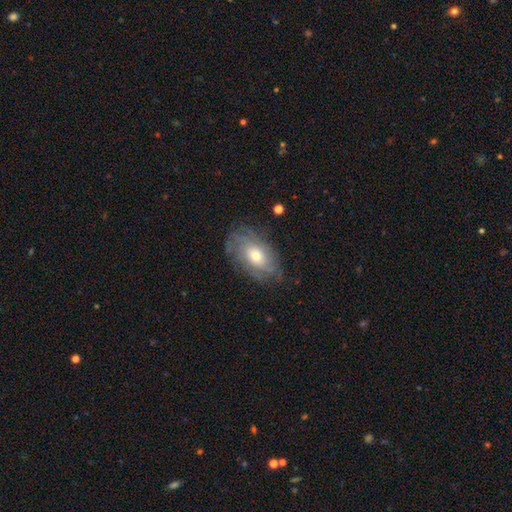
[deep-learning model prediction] Morphology: type=featured or disk (64%); edge-on=no (93%); bar=no (81%); spiral arms=yes (76%); bulge=moderate (66%); merging=none (73%).